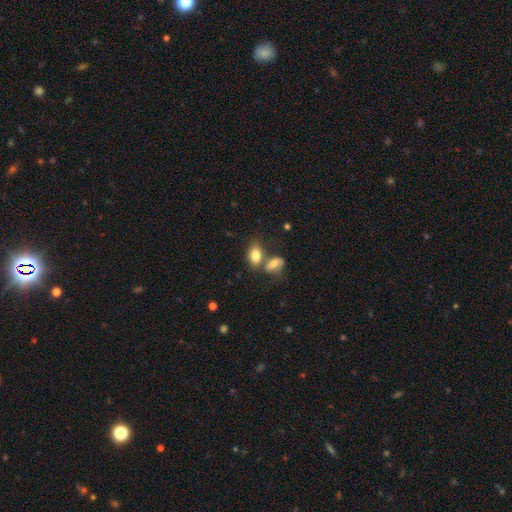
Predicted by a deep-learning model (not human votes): smooth-or-featured: smooth: 80% | featured or disk: 12% | star or artifact: 8%
  how-rounded: in between: 87% | round: 11% | cigar-shaped: 3%
  merging: merger: 44% | none: 39% | minor disturbance: 12% | major disturbance: 5%